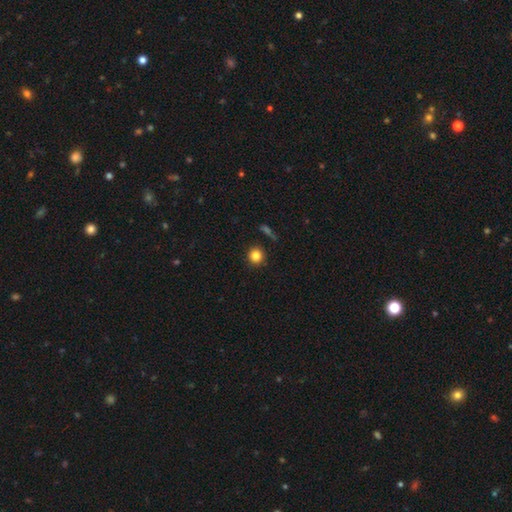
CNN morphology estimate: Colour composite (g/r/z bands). It shows a smooth galaxy with no disk features (83%) that is round (93%). Merging: none (88%).